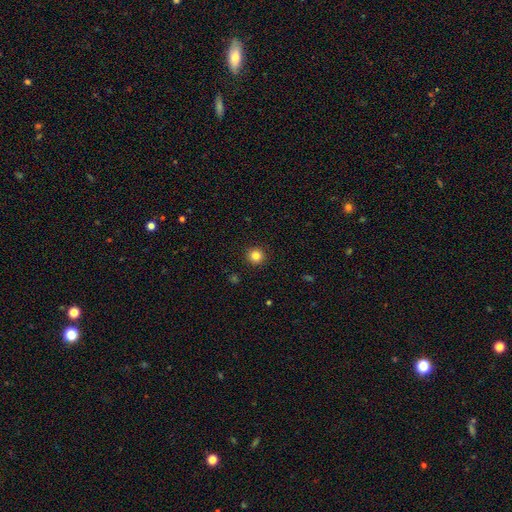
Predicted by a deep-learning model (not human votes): The model was most divided on "smooth or featured": smooth: 84%, star or artifact: 12%, featured or disk: 5%. More confident: how rounded — round (95%); merging — none (93%).